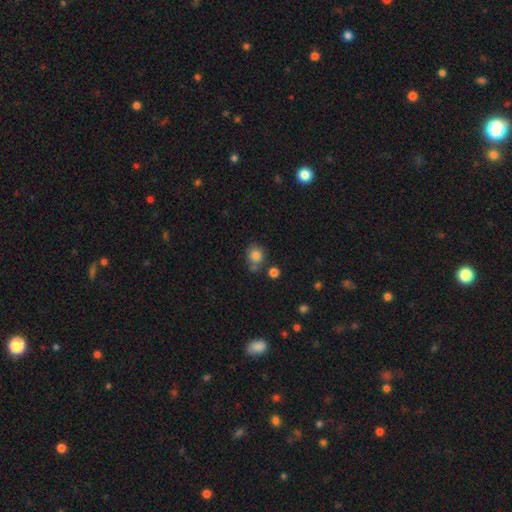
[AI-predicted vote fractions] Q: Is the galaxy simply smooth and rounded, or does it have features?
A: smooth — 82%.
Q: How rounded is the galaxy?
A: round — 77%.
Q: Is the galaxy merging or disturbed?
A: none — 63%.